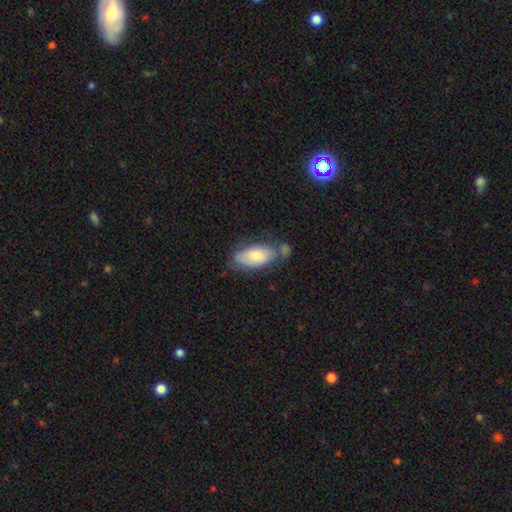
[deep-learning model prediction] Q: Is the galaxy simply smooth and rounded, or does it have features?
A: smooth — 63%.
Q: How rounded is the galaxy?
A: in between — 87%.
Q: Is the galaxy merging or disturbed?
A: none — 54%.